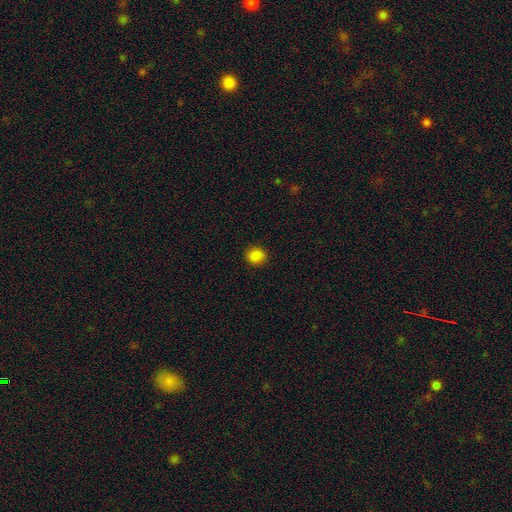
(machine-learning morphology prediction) smooth-or-featured: smooth: 86% | star or artifact: 12% | featured or disk: 3%
  how-rounded: round: 86% | in between: 13% | cigar-shaped: 1%
  merging: none: 91% | minor disturbance: 6% | major disturbance: 2% | merger: 1%